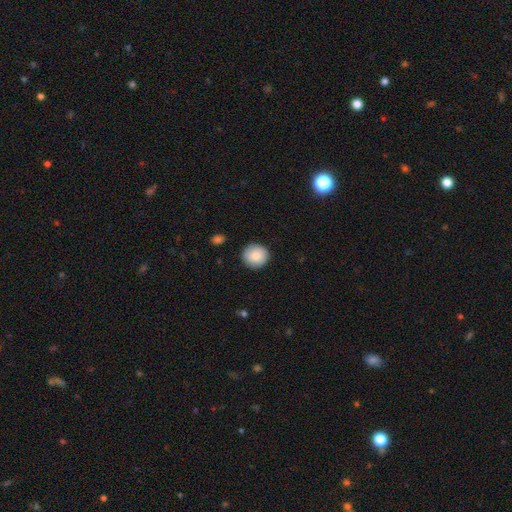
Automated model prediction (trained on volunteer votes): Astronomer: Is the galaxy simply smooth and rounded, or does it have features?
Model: smooth — 85%.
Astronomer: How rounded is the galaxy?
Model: round — 93%.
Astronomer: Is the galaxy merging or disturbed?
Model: none — 89%.